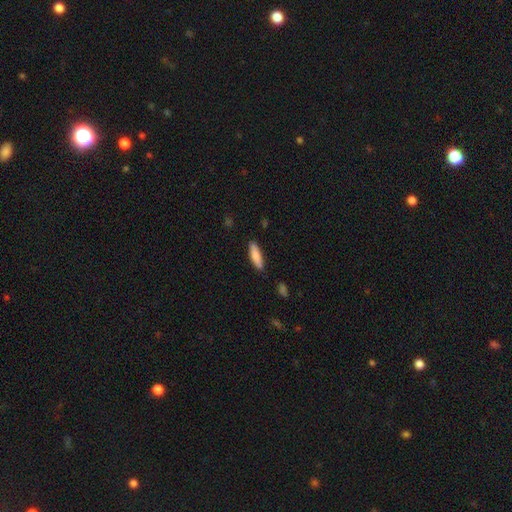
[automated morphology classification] Smooth or featured?
  - smooth: 82% *
  - featured or disk: 12%
  - star or artifact: 6%
How rounded?
  - cigar-shaped: 62% *
  - in between: 36%
  - round: 2%
Merging?
  - none: 87% *
  - minor disturbance: 10%
  - major disturbance: 2%
  - merger: 2%